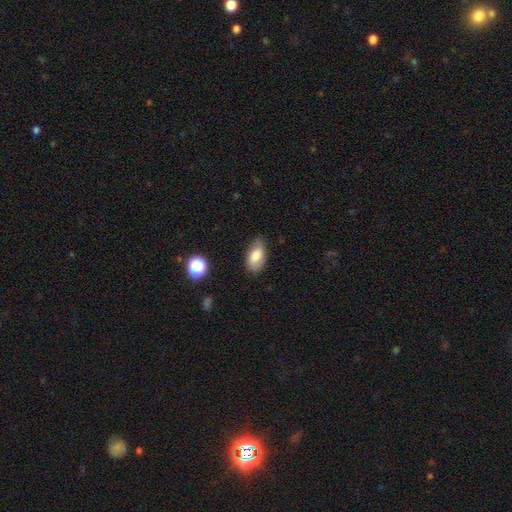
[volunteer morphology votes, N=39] This is clearly a smooth galaxy (82%). How rounded: clearly in between (91%). Merging: likely none (63%).